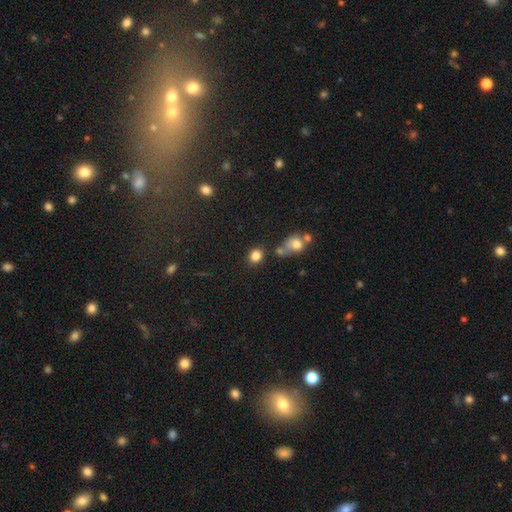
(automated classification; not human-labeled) smooth_or_featured: smooth (p=0.82) [alt: star or artifact p=0.12]
how_rounded: round (p=0.70) [alt: in between p=0.29]
merging: none (p=0.70) [alt: merger p=0.14]